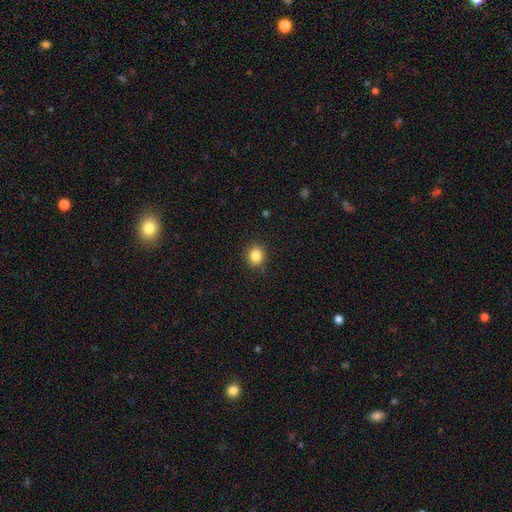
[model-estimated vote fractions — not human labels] smooth_or_featured: smooth (p=0.85) [alt: star or artifact p=0.11]
how_rounded: round (p=0.78) [alt: in between p=0.21]
merging: none (p=0.88) [alt: minor disturbance p=0.09]